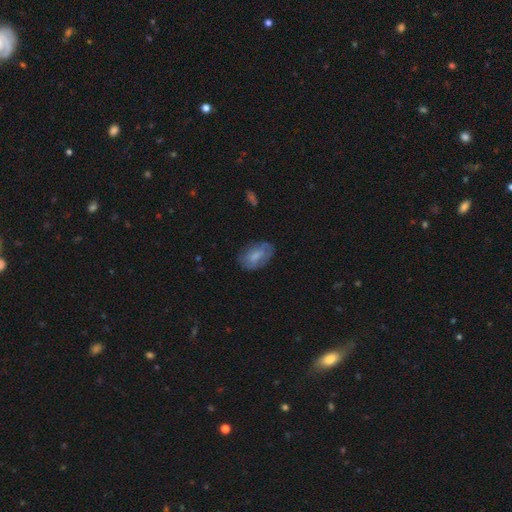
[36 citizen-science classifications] Smooth or featured?
  - smooth: 83% *
  - featured or disk: 17%
  - star or artifact: 0%
How rounded?
  - in between: 97% *
  - round: 3%
  - cigar-shaped: 0%
Merging?
  - none: 47% *
  - minor disturbance: 42%
  - merger: 8%
  - major disturbance: 3%